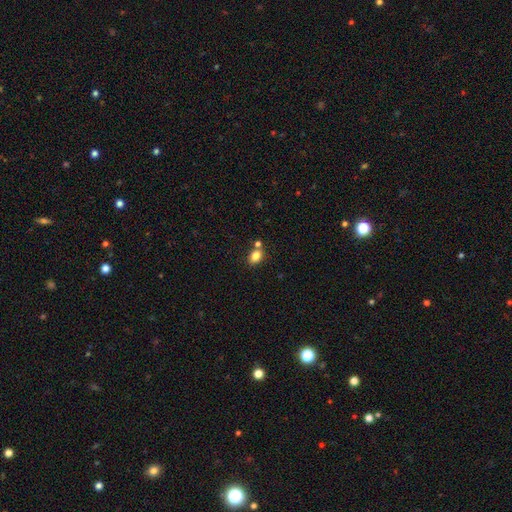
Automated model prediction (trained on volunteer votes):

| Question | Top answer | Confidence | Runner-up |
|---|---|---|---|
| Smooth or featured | smooth | 82% | star or artifact (11%) |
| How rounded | in between | 73% | round (26%) |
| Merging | none | 67% | merger (18%) |